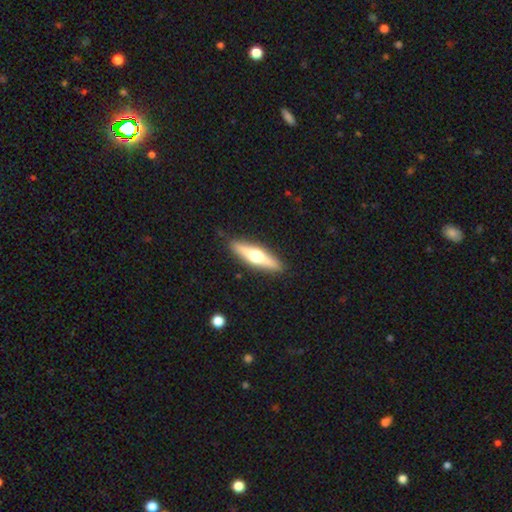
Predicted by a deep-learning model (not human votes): Smooth or featured?
  - featured or disk: 62% *
  - smooth: 33%
  - star or artifact: 5%
Edge-on disk?
  - yes: 95% *
  - no: 5%
Edge-on bulge?
  - rounded: 96% *
  - boxy: 2%
  - none: 2%
Merging?
  - none: 90% *
  - minor disturbance: 7%
  - major disturbance: 2%
  - merger: 1%